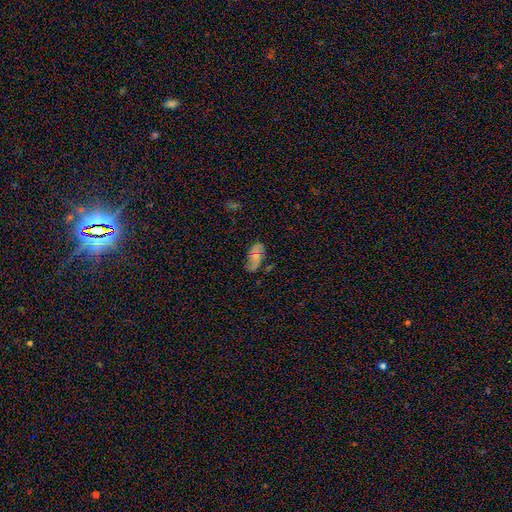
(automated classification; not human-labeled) Smooth or featured?
  - smooth: 48% *
  - featured or disk: 43%
  - star or artifact: 10%
Merging?
  - none: 66% *
  - minor disturbance: 24%
  - major disturbance: 8%
  - merger: 2%